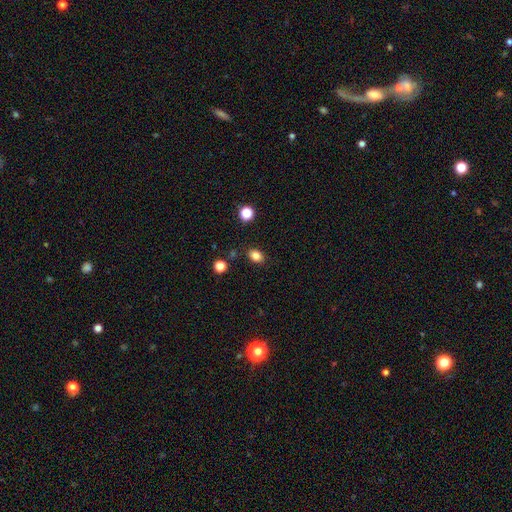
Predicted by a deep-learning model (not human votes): The model was most divided on "how rounded": in between: 68%, round: 31%, cigar-shaped: 1%. More confident: merging — none (85%); smooth or featured — smooth (83%).